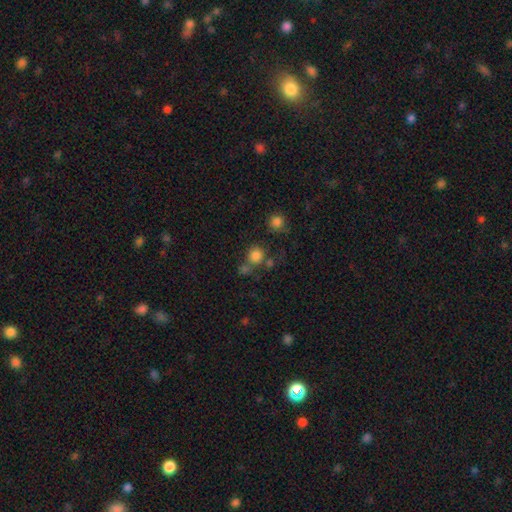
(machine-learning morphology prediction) Smooth or featured: smooth — 79% (star or artifact — 15%)
How rounded: round — 88% (in between — 11%)
Merging: none — 63% (merger — 22%)